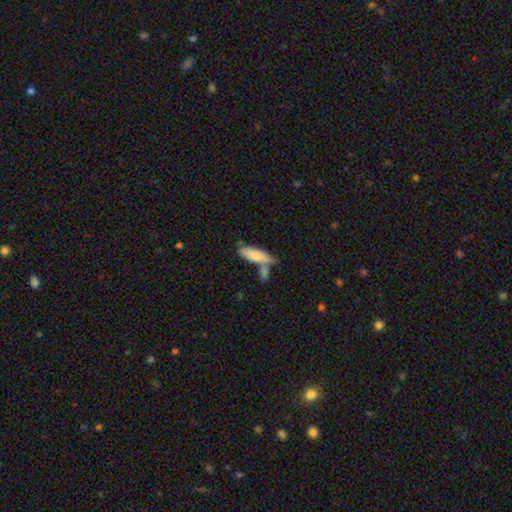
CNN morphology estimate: smooth 78%, featured or disk 16%, star or artifact 6%. Down the decision tree: how rounded — in between (53%); merging — none (50%).